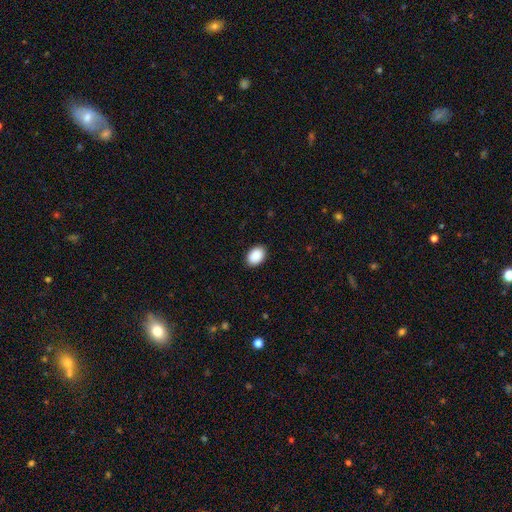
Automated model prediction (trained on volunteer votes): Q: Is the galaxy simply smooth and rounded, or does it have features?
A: smooth — 91%.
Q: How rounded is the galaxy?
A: in between — 85%.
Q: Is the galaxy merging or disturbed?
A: none — 89%.